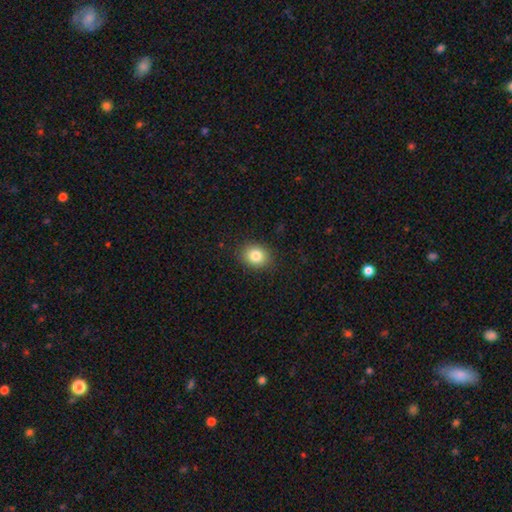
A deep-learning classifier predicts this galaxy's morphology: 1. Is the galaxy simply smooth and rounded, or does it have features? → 84% smooth, 10% star or artifact, 7% featured or disk.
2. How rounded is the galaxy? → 55% round, 44% in between, 1% cigar-shaped.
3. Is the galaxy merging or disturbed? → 88% none, 9% minor disturbance, 2% major disturbance, 1% merger.